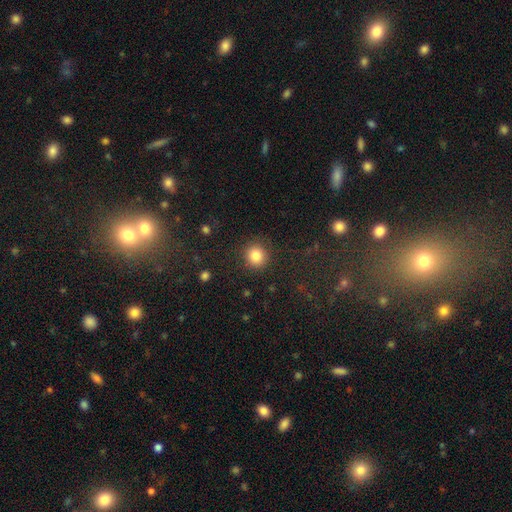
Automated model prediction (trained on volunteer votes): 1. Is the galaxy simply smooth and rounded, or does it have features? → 84% smooth, 11% star or artifact, 5% featured or disk.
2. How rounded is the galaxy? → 91% round, 8% in between, 1% cigar-shaped.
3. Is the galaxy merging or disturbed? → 89% none, 6% minor disturbance, 3% major disturbance, 1% merger.